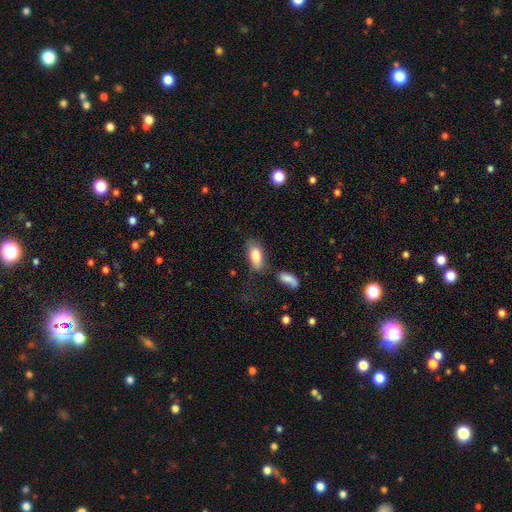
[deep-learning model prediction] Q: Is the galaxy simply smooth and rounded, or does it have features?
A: smooth — 82%.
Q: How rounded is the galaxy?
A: in between — 88%.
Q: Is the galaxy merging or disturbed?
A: none — 60%.